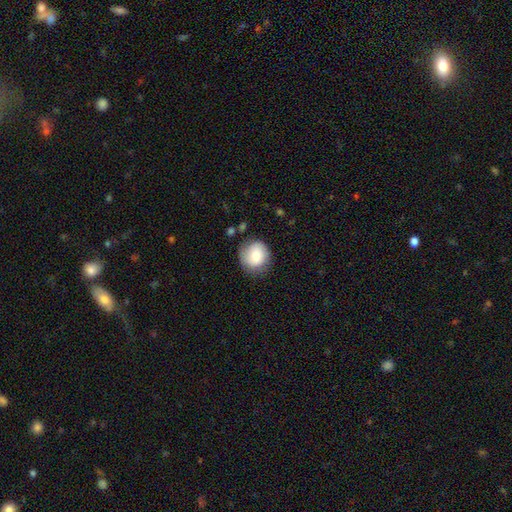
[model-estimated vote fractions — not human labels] Smooth or featured? smooth (74%)
How rounded? round (87%)
Merging? none (76%)